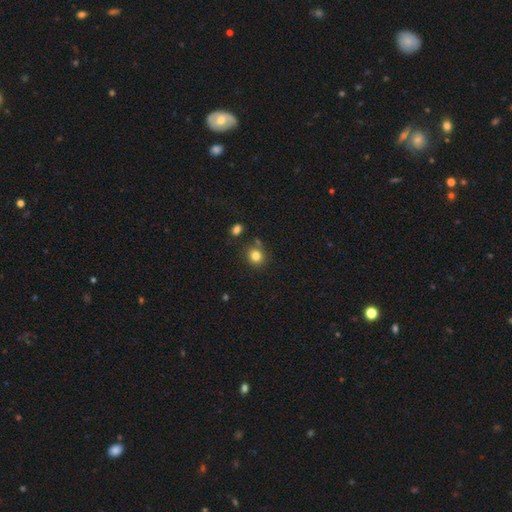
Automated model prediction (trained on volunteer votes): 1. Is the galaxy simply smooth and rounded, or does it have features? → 81% smooth, 12% star or artifact, 7% featured or disk.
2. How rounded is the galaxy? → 81% round, 19% in between, 1% cigar-shaped.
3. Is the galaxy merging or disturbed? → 76% none, 12% minor disturbance, 9% merger, 3% major disturbance.